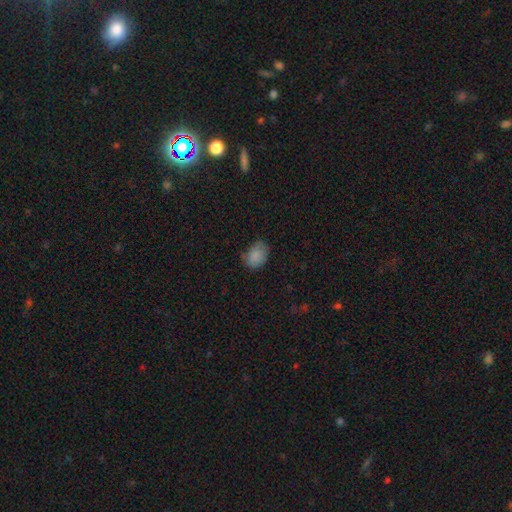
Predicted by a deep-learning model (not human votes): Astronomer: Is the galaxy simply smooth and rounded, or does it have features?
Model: smooth — 85%.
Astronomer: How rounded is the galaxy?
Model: in between — 75%.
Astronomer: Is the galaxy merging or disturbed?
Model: none — 68%.